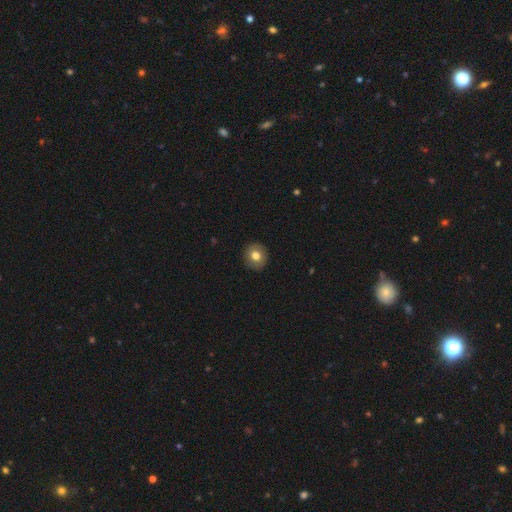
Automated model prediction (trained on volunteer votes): smooth_or_featured: smooth (p=0.77) [alt: featured or disk p=0.14]
how_rounded: round (p=0.87) [alt: in between p=0.12]
merging: none (p=0.91) [alt: minor disturbance p=0.06]